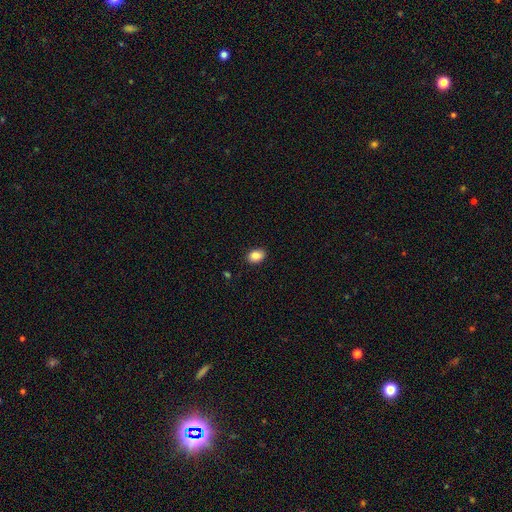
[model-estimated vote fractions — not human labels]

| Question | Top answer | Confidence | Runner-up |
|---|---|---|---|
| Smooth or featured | smooth | 87% | star or artifact (8%) |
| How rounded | in between | 79% | round (20%) |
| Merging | none | 89% | minor disturbance (8%) |